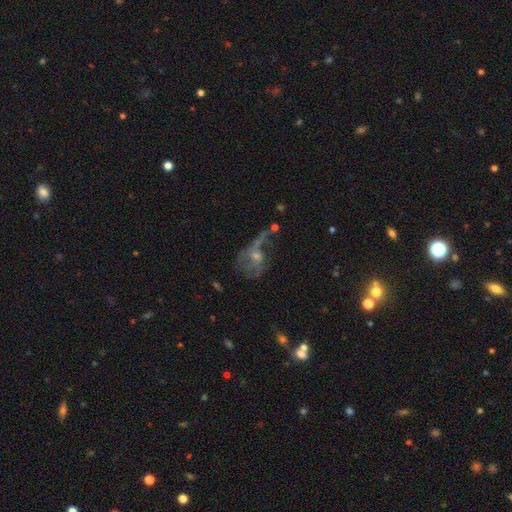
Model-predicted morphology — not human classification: type=featured or disk (61%); edge-on=no (96%); bar=no (72%); spiral arms=yes (52%); bulge=small (53%); merging=major disturbance (51%).